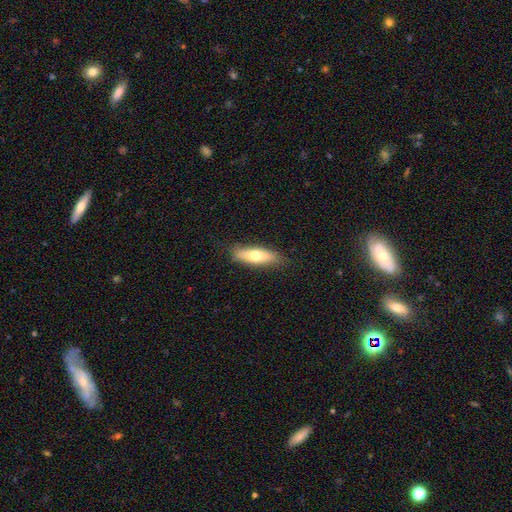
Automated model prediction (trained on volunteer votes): Smooth or featured?
  - smooth: 63% *
  - featured or disk: 31%
  - star or artifact: 6%
How rounded?
  - in between: 52% *
  - cigar-shaped: 46%
  - round: 3%
Merging?
  - none: 83% *
  - minor disturbance: 13%
  - major disturbance: 3%
  - merger: 1%